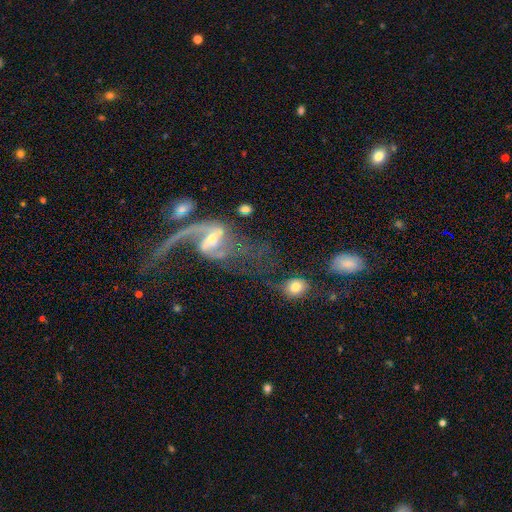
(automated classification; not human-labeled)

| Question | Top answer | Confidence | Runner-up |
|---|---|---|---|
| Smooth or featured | featured or disk | 79% | star or artifact (11%) |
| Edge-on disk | no | 92% | yes (8%) |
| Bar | weak | 41% | no (37%) |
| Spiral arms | yes | 82% | no (18%) |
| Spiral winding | loose | 76% | medium (18%) |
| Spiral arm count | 2 | 58% | 1 (26%) |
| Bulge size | small | 48% | moderate (40%) |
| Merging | major disturbance | 36% | merger (32%) |